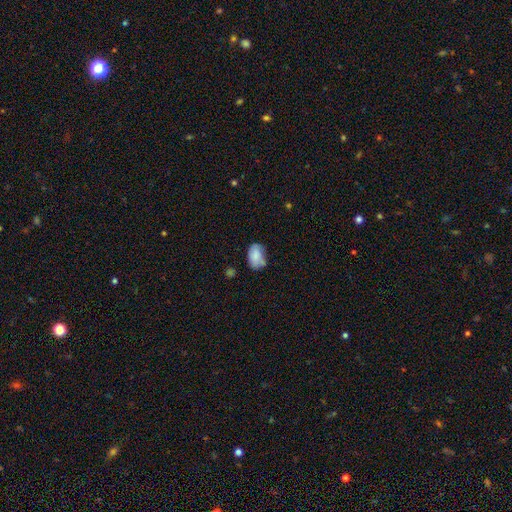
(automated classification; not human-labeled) This is clearly a smooth galaxy (81%). How rounded: clearly in between (85%). Merging: possibly none (56%).